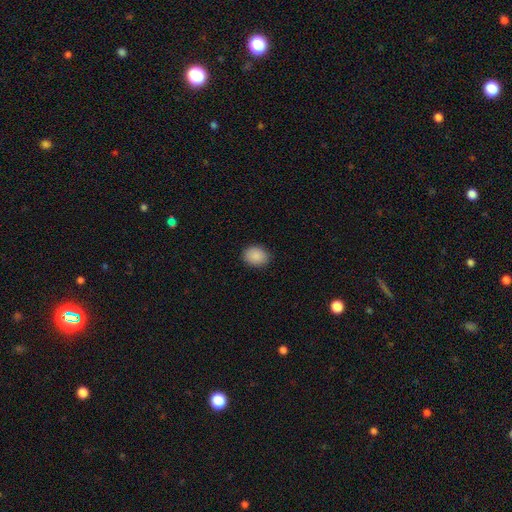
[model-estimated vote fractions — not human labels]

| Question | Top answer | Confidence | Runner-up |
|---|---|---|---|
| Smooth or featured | smooth | 89% | star or artifact (8%) |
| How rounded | in between | 50% | round (49%) |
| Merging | none | 88% | minor disturbance (9%) |